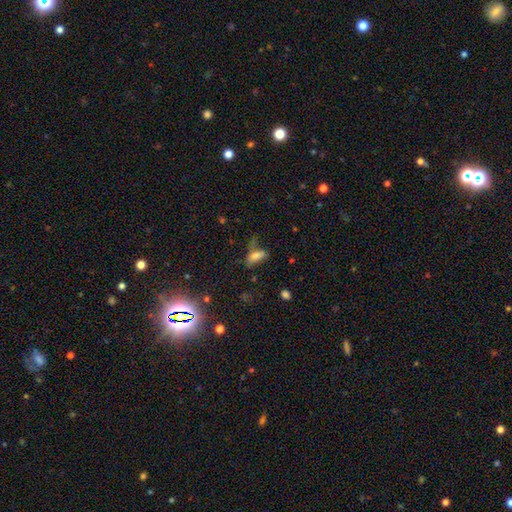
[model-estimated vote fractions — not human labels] A smooth galaxy with no disk features (70%) that is in between round and cigar-shaped (71%).

Vote fractions:
- Smooth or featured? smooth: 70% / featured or disk: 16% / star or artifact: 14%
- How rounded? in between: 71% / cigar-shaped: 25% / round: 4%
- Merging? none: 38% / minor disturbance: 26% / major disturbance: 24% / merger: 12%